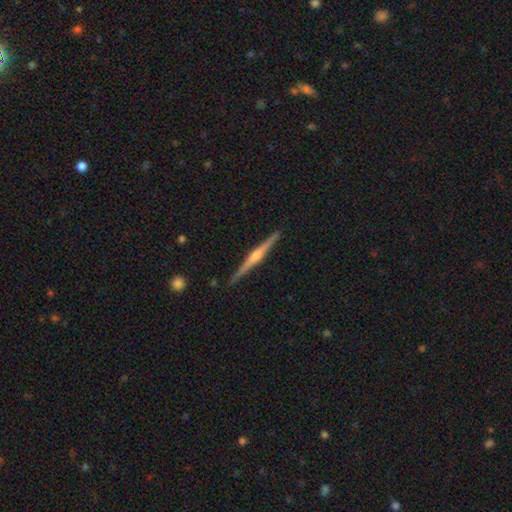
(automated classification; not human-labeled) The model was most divided on "smooth or featured": featured or disk: 85%, smooth: 11%, star or artifact: 5%. More confident: edge-on disk — yes (99%); merging — none (92%); edge-on bulge — rounded (87%).